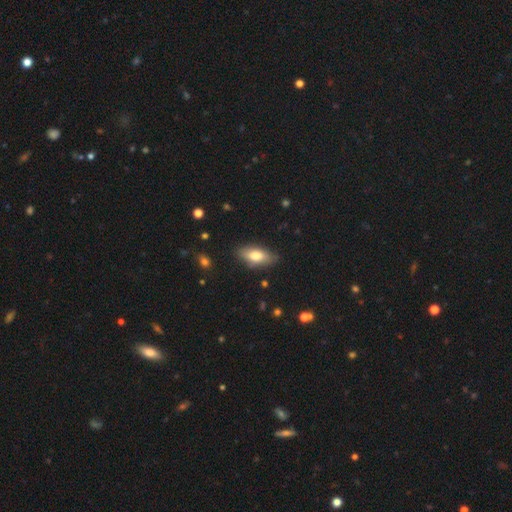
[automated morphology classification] Smooth or featured: smooth — 72% (featured or disk — 21%)
How rounded: in between — 81% (cigar-shaped — 16%)
Merging: none — 82% (minor disturbance — 14%)